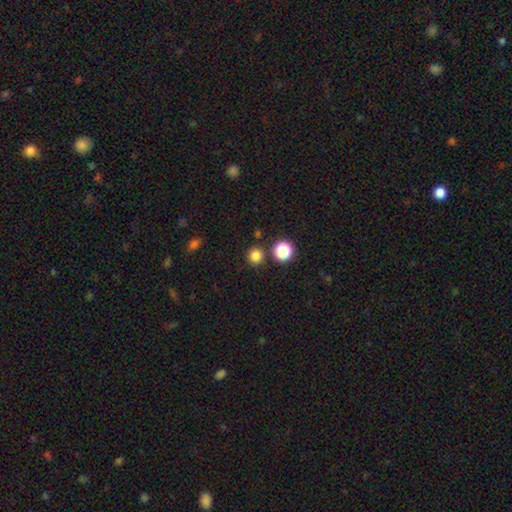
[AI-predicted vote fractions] Morphology: type=smooth (81%); roundness=round (94%); merging=none (86%).